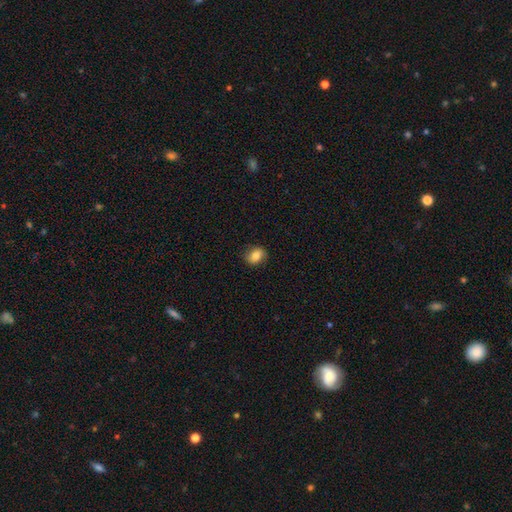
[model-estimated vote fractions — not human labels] Smooth or featured? Predicted: smooth (p=0.81). How rounded? Predicted: in between (p=0.53). Merging? Predicted: none (p=0.86).